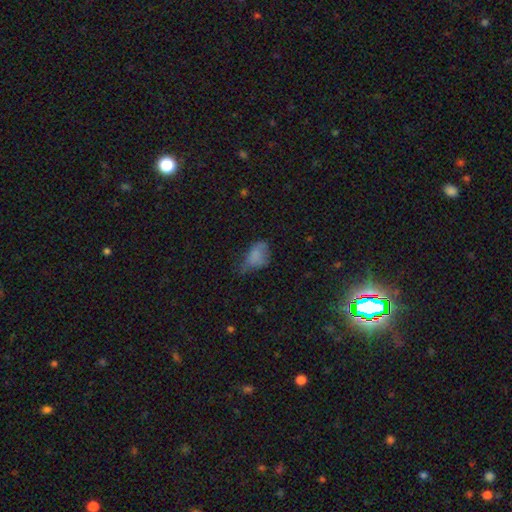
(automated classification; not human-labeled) Smooth or featured? Predicted: smooth (p=0.70). How rounded? Predicted: in between (p=0.86). Merging? Predicted: minor disturbance (p=0.38).